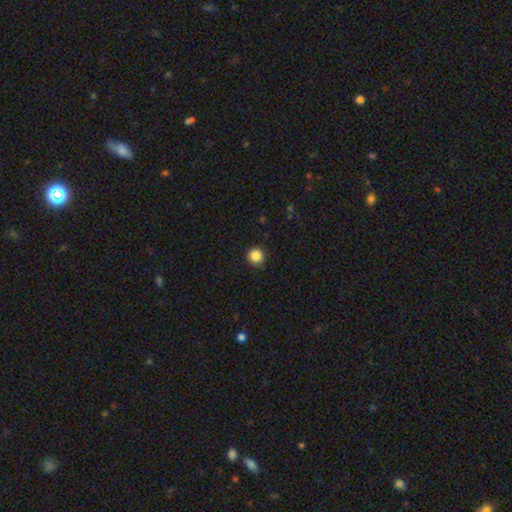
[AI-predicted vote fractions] smooth_or_featured: smooth (p=0.86) [alt: star or artifact p=0.10]
how_rounded: round (p=0.95) [alt: in between p=0.04]
merging: none (p=0.90) [alt: minor disturbance p=0.07]